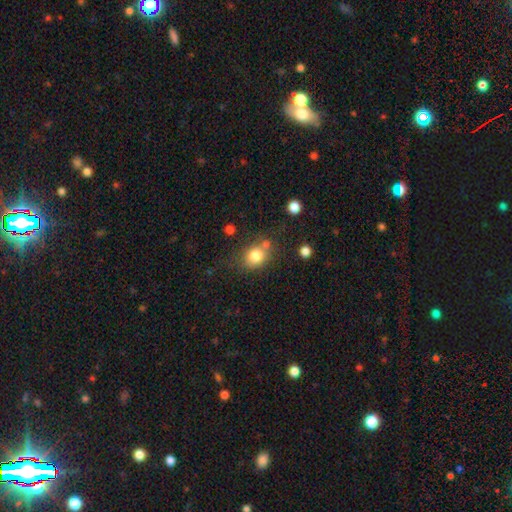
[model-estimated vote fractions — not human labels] smooth_or_featured: smooth (p=0.81) [alt: star or artifact p=0.11]
how_rounded: round (p=0.61) [alt: in between p=0.38]
merging: none (p=0.62) [alt: minor disturbance p=0.16]